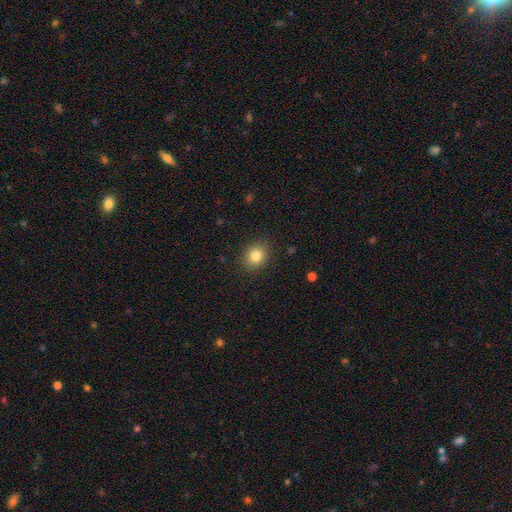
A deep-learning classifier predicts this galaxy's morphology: smooth_or_featured: smooth (p=0.82) [alt: star or artifact p=0.11]
how_rounded: round (p=0.64) [alt: in between p=0.35]
merging: none (p=0.88) [alt: minor disturbance p=0.08]